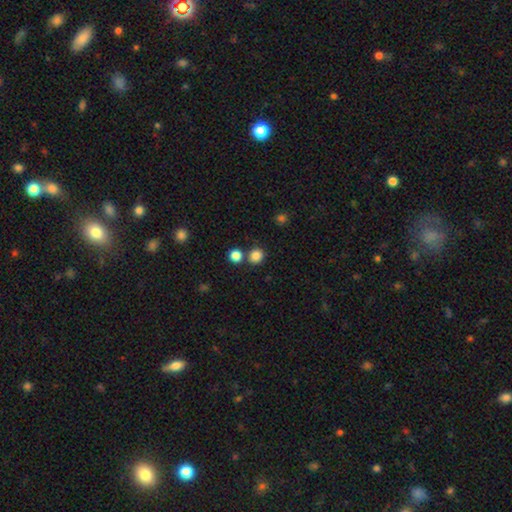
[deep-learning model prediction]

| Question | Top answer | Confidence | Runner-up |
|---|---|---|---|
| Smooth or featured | smooth | 84% | star or artifact (12%) |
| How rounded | round | 89% | in between (11%) |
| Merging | none | 78% | merger (13%) |